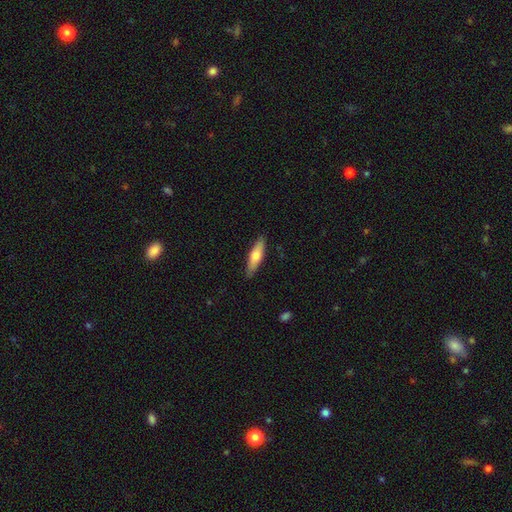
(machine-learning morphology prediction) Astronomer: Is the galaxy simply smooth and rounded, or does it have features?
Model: smooth — 60%.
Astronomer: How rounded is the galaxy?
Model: cigar-shaped — 63%.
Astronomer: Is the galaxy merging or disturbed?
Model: none — 88%.